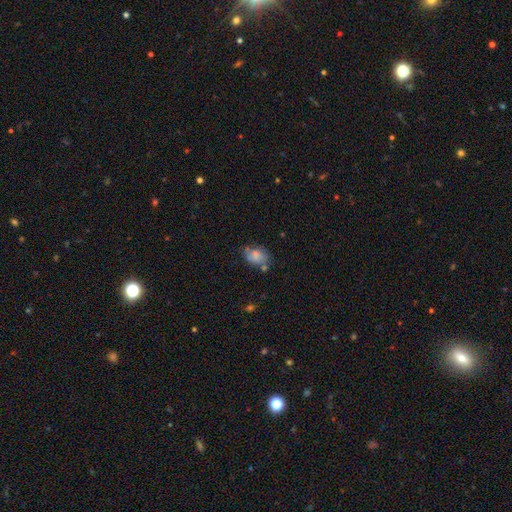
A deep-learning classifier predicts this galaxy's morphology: This appears to be a smooth galaxy with no disk features (74%) that is in between round and cigar-shaped (72%). Merging: none (53%).